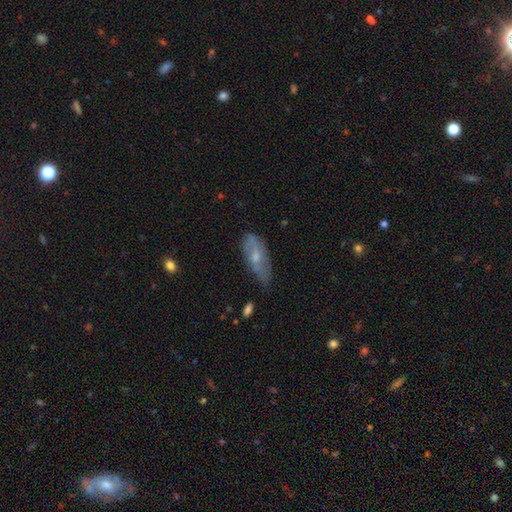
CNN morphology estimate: smooth_or_featured: featured or disk (p=0.47) [alt: smooth p=0.46]
merging: none (p=0.61) [alt: minor disturbance p=0.29]